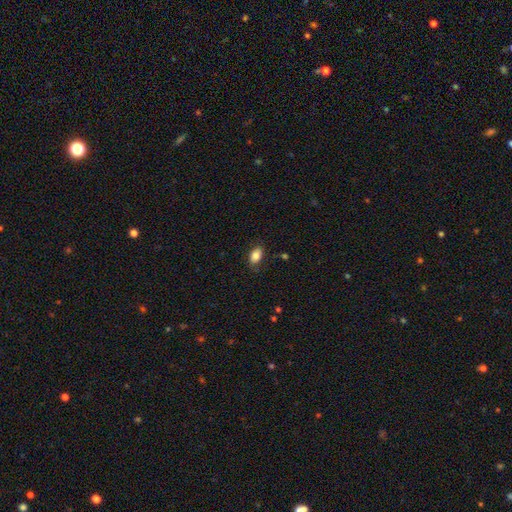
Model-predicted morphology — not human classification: Smooth or featured? smooth (84%)
How rounded? in between (89%)
Merging? none (83%)